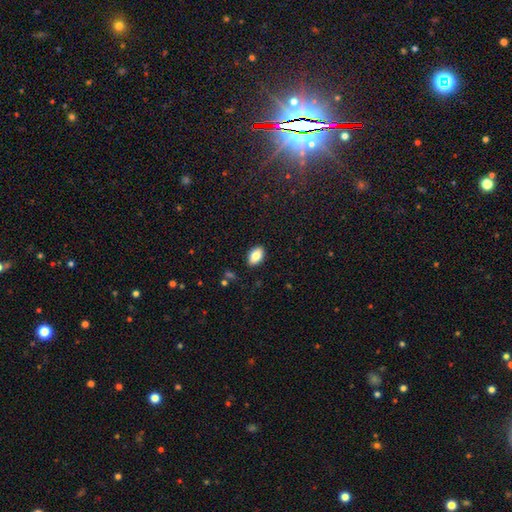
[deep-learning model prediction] This is clearly a smooth galaxy (84%). How rounded: clearly in between (92%). Merging: clearly none (89%).